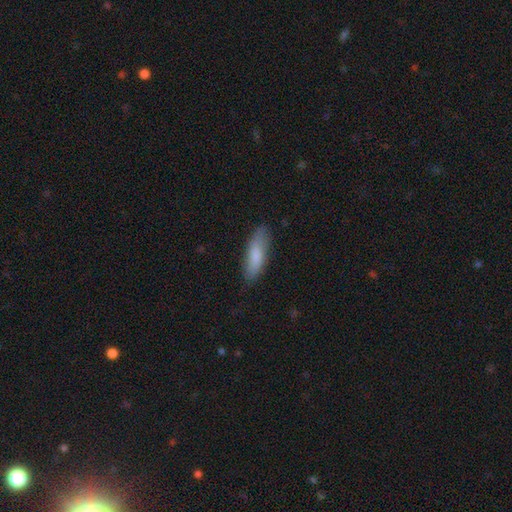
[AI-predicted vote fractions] This is clearly a smooth galaxy (80%). How rounded: possibly cigar-shaped (52%). Merging: likely none (79%).